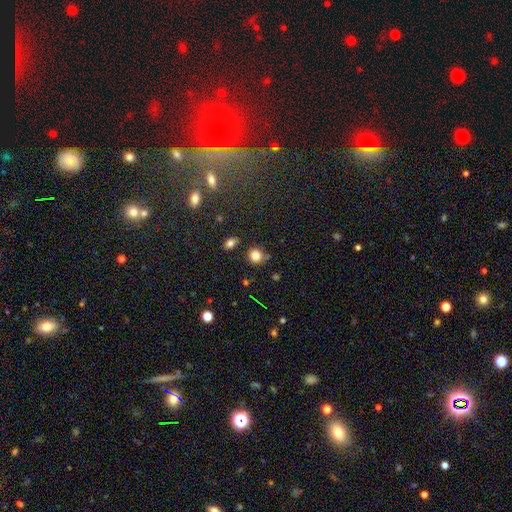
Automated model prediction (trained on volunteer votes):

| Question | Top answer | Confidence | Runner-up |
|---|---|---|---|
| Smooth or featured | smooth | 81% | star or artifact (12%) |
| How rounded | round | 84% | in between (15%) |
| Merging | none | 73% | minor disturbance (17%) |